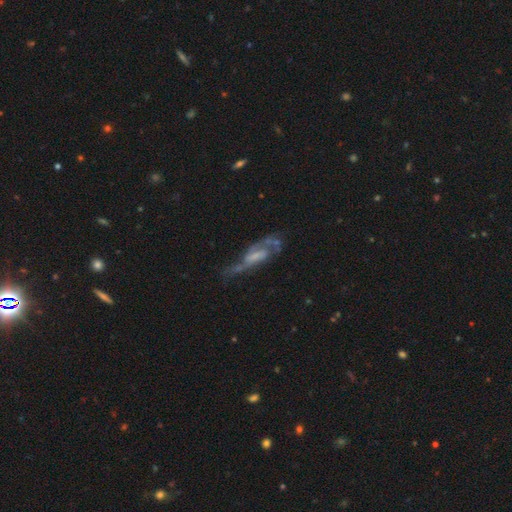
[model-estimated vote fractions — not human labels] Smooth or featured? Predicted: featured or disk (p=0.70). Edge-on disk? Predicted: no (p=0.83). Bar? Predicted: no (p=0.44). Spiral arms? Predicted: yes (p=0.66). Bulge size? Predicted: none (p=0.44). Merging? Predicted: major disturbance (p=0.37).